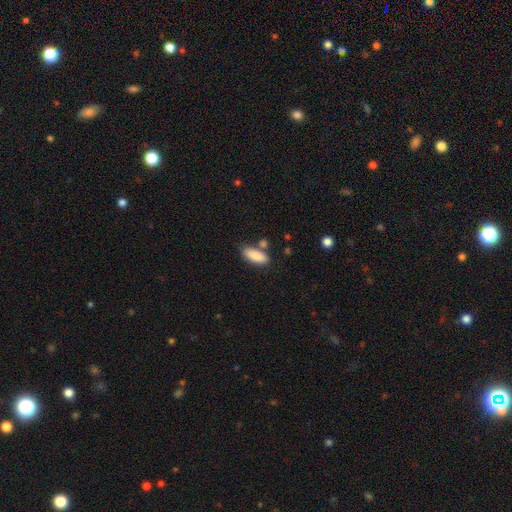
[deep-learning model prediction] A smooth galaxy with no disk features (88%) that is in between round and cigar-shaped (78%). Merging: none (70%).